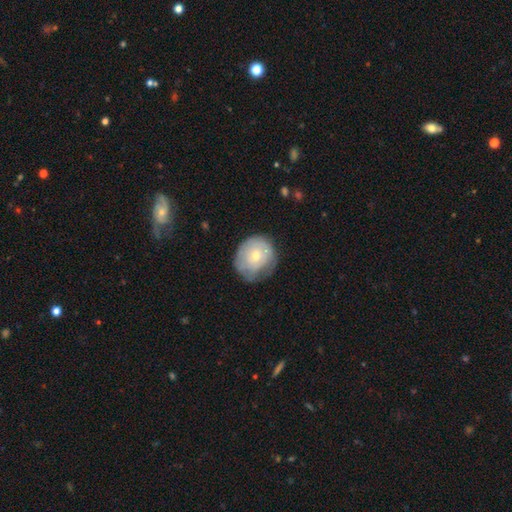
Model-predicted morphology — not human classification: Q: Smooth or featured?
A: smooth (57%); runner-up: featured or disk (37%)
Q: How rounded?
A: round (78%); runner-up: in between (21%)
Q: Merging?
A: none (50%); runner-up: minor disturbance (34%)